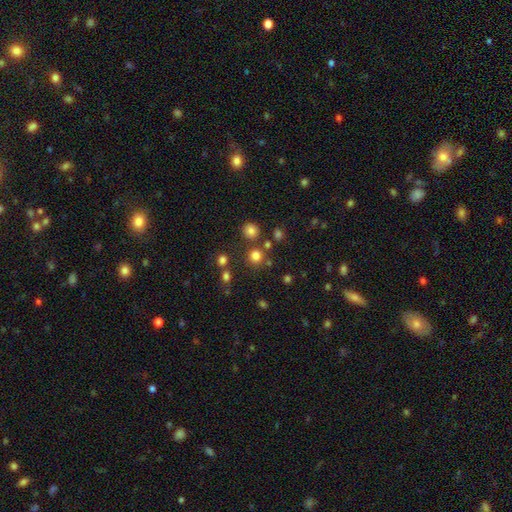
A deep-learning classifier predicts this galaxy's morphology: This is likely a smooth galaxy (76%). How rounded: clearly round (90%). Merging: likely none (78%).